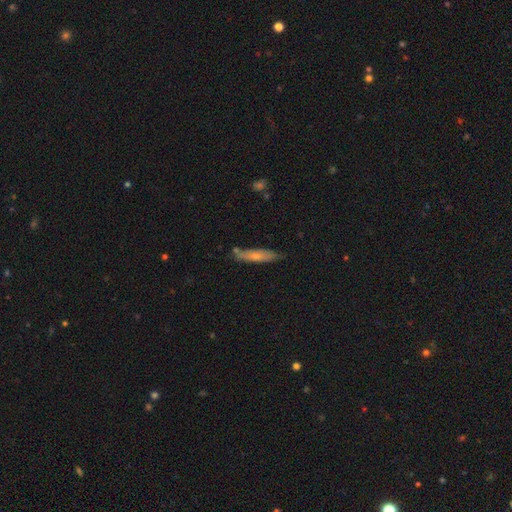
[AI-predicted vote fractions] Smooth or featured?
  - smooth: 57% *
  - featured or disk: 37%
  - star or artifact: 6%
How rounded?
  - cigar-shaped: 80% *
  - in between: 18%
  - round: 2%
Merging?
  - none: 72% *
  - minor disturbance: 19%
  - merger: 6%
  - major disturbance: 3%